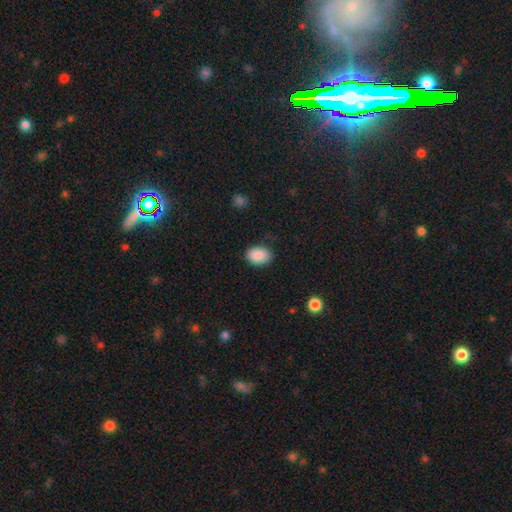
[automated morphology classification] smooth_or_featured: smooth (p=0.89) [alt: star or artifact p=0.07]
how_rounded: in between (p=0.77) [alt: round p=0.22]
merging: none (p=0.82) [alt: minor disturbance p=0.14]